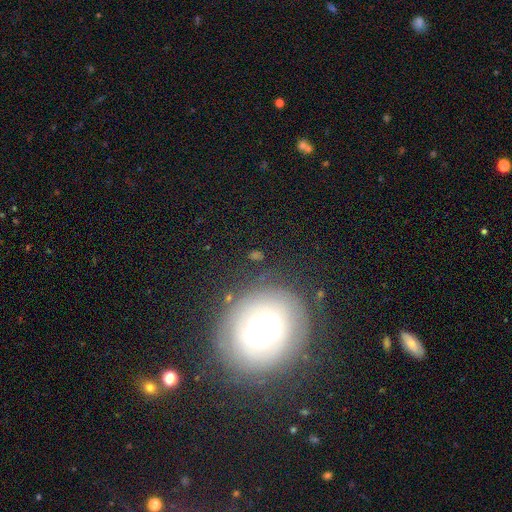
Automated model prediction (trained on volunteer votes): The model was most divided on "smooth or featured": featured or disk: 44%, smooth: 39%, star or artifact: 17%. More confident: merging — none (70%).